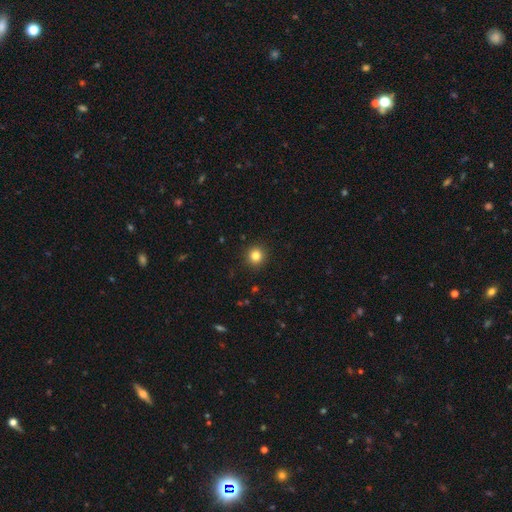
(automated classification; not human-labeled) A smooth galaxy with no disk features (83%) that is round (93%).

Vote fractions:
- Smooth or featured? smooth: 83% / star or artifact: 12% / featured or disk: 5%
- How rounded? round: 93% / in between: 6% / cigar-shaped: 1%
- Merging? none: 92% / minor disturbance: 5% / major disturbance: 2% / merger: 1%